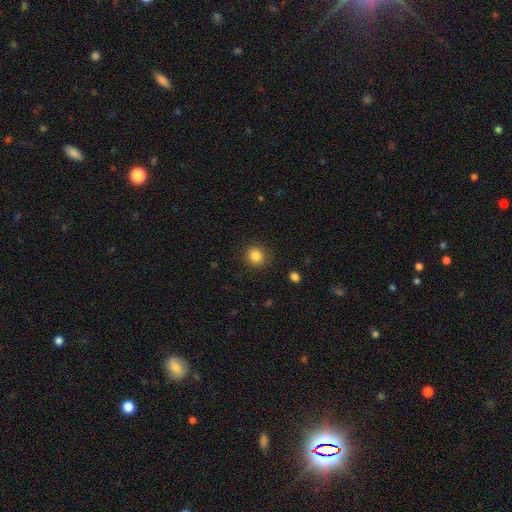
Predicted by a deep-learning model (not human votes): Morphology: type=smooth (85%); roundness=round (87%); merging=none (89%).